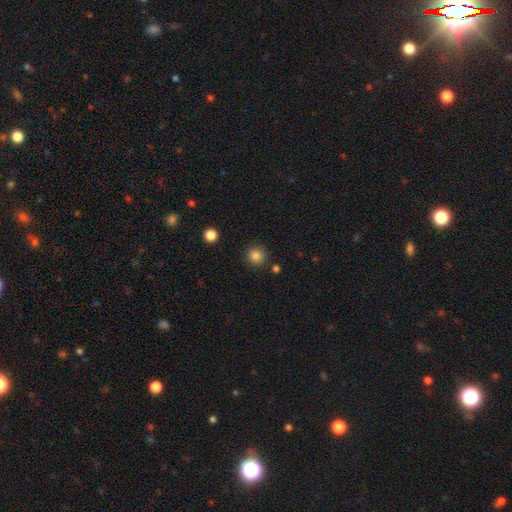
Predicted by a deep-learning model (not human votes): smooth 85%, star or artifact 11%, featured or disk 4%. Down the decision tree: how rounded — round (94%); merging — none (89%).